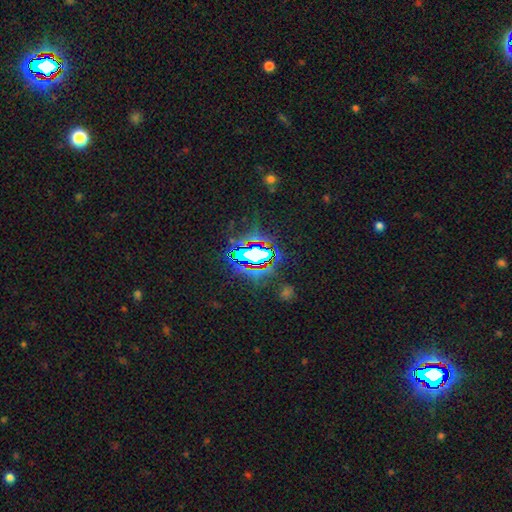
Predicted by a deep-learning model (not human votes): A star or artifact, not a galaxy (74%).